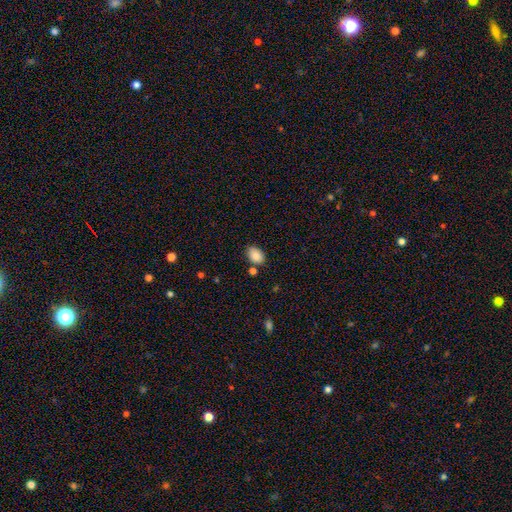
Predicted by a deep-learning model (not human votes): Overall: smooth (88%). How rounded: in between (84%). Merging: none (76%).